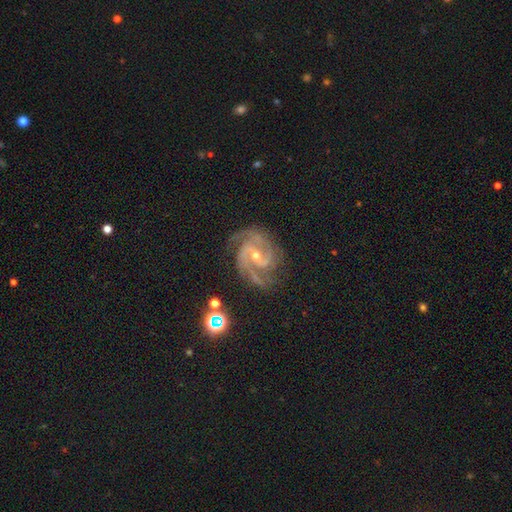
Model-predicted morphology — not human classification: Smooth or featured: featured or disk — 92% (star or artifact — 6%)
Edge-on disk: no — 98% (yes — 2%)
Bar: weak — 41% (no — 35%)
Spiral arms: yes — 99% (no — 1%)
Spiral winding: medium — 50% (tight — 44%)
Spiral arm count: 3 — 43% (2 — 37%)
Bulge size: small — 56% (moderate — 41%)
Merging: none — 74% (minor disturbance — 18%)